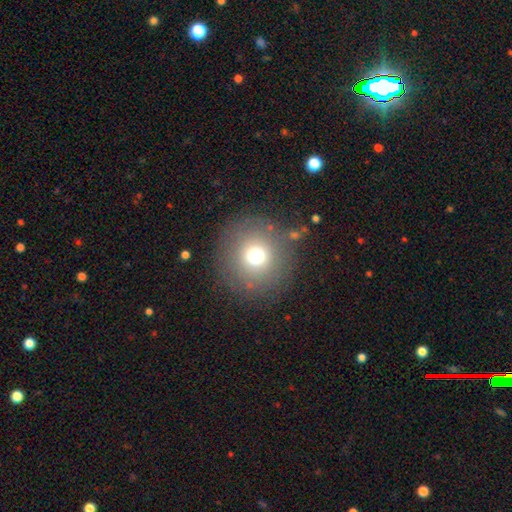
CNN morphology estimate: A smooth galaxy with no disk features (70%) that is round (94%). Merging: none (84%).